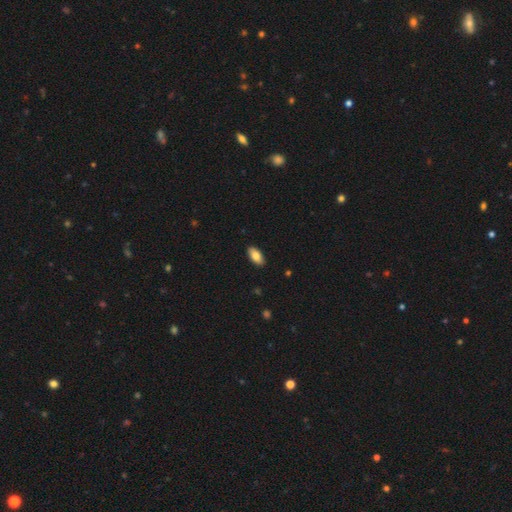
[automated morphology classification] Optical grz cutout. It shows a smooth galaxy with no disk features (83%) that is in between round and cigar-shaped (92%). Merging: none (89%).